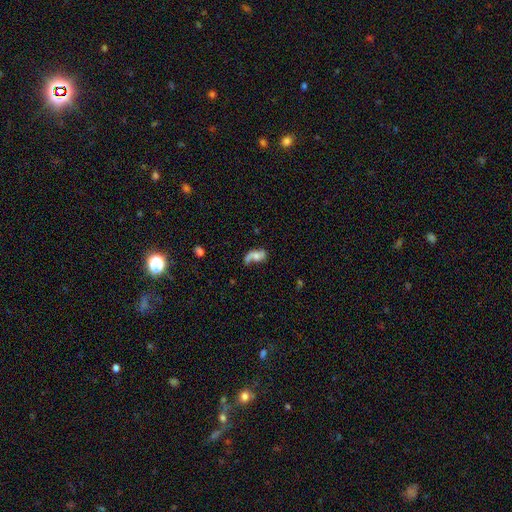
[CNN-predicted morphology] Smooth or featured? featured or disk (63%)
Edge-on disk? no (94%)
Bar? no (66%)
Spiral arms? yes (83%)
Bulge size? moderate (41%)
Merging? none (40%)